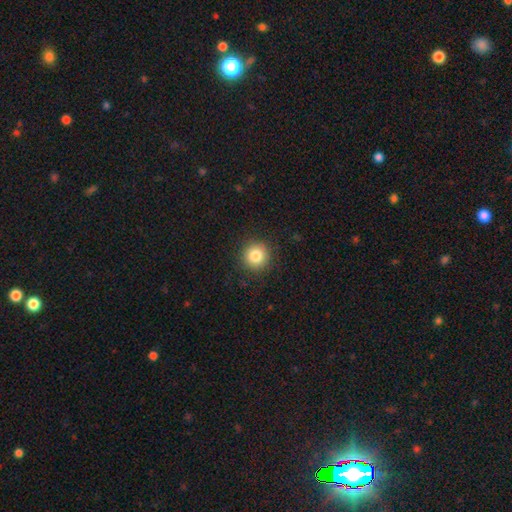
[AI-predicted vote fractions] The model was most divided on "smooth or featured": smooth: 84%, star or artifact: 10%, featured or disk: 6%. More confident: how rounded — round (94%); merging — none (91%).